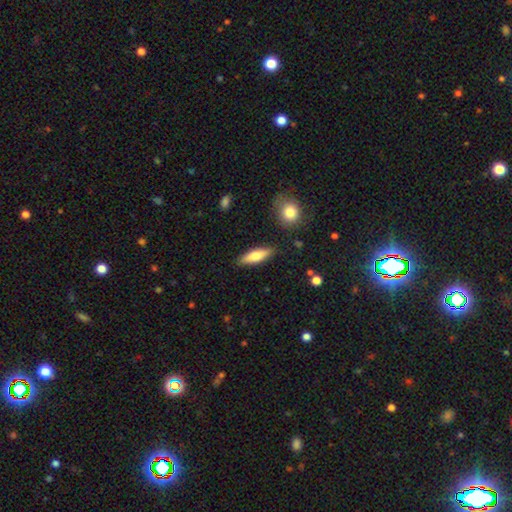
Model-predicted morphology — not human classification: smooth_or_featured: smooth (p=0.71) [alt: featured or disk p=0.23]
how_rounded: cigar-shaped (p=0.51) [alt: in between p=0.46]
merging: none (p=0.86) [alt: minor disturbance p=0.09]